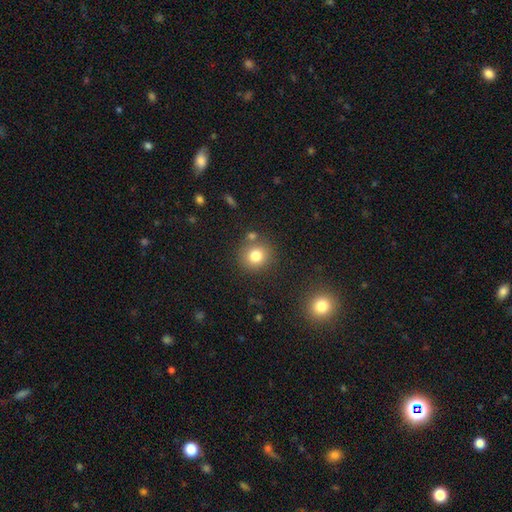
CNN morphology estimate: smooth 79%, star or artifact 12%, featured or disk 9%. Down the decision tree: how rounded — round (88%); merging — none (77%).